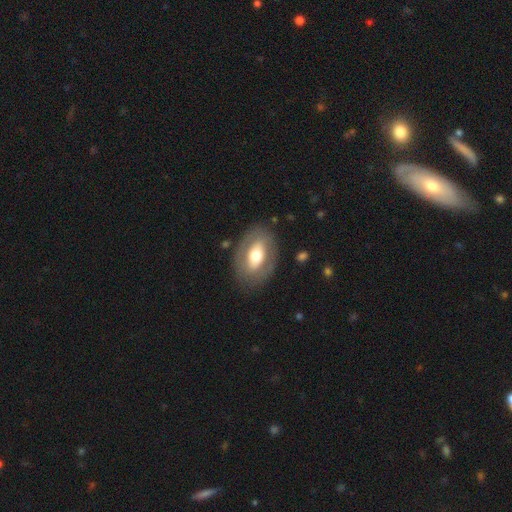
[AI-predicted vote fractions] featured or disk 50%, smooth 44%, star or artifact 6%. Down the decision tree: edge-on disk — no (89%); merging — none (80%).